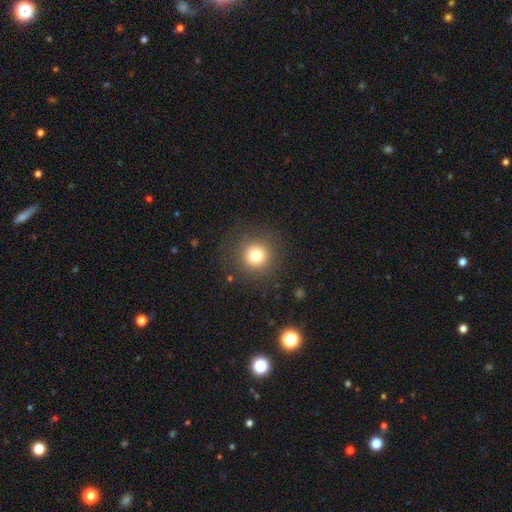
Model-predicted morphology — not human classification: This appears to be a smooth galaxy with no disk features (77%) that is round (95%). Merging: none (88%).